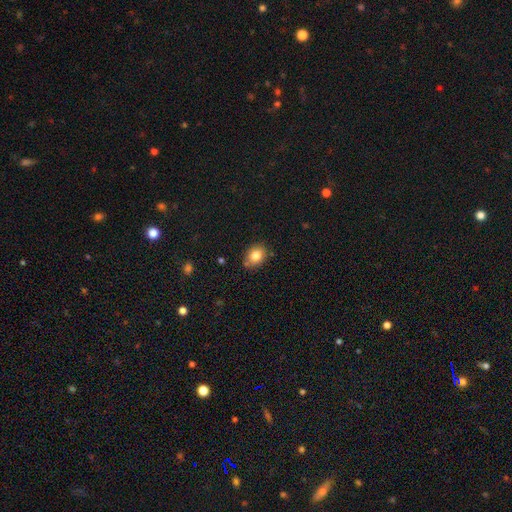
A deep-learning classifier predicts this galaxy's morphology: A smooth galaxy with no disk features (82%) that is in between round and cigar-shaped (58%). Merging: none (80%).